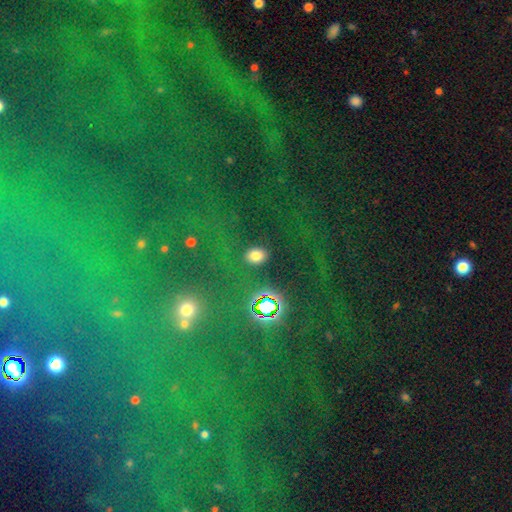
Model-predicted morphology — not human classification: smooth_or_featured: smooth (p=0.72) [alt: star or artifact p=0.22]
how_rounded: in between (p=0.59) [alt: round p=0.40]
merging: none (p=0.87) [alt: minor disturbance p=0.07]